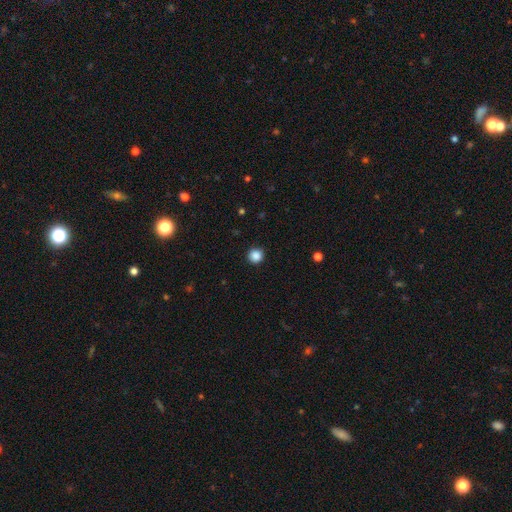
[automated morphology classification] A smooth galaxy with no disk features (87%) that is round (94%).

Vote fractions:
- Smooth or featured? smooth: 87% / star or artifact: 10% / featured or disk: 3%
- How rounded? round: 94% / in between: 5% / cigar-shaped: 1%
- Merging? none: 92% / minor disturbance: 5% / major disturbance: 2% / merger: 1%